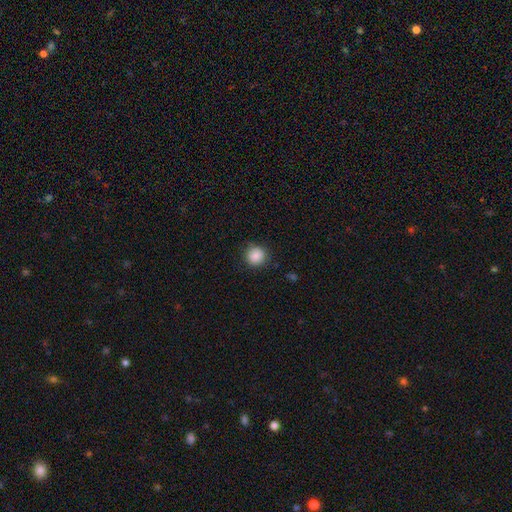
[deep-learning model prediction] Smooth or featured: smooth — 87% (star or artifact — 9%)
How rounded: round — 91% (in between — 8%)
Merging: none — 84% (minor disturbance — 12%)